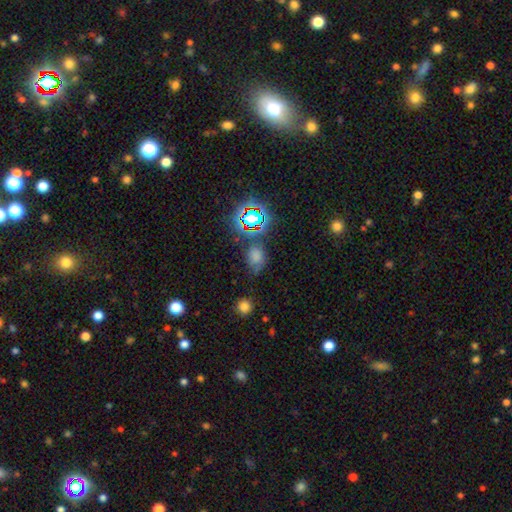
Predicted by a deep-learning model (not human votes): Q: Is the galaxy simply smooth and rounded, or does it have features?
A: smooth — 60%.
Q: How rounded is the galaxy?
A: in between — 65%.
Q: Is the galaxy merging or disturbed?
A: none — 57%.